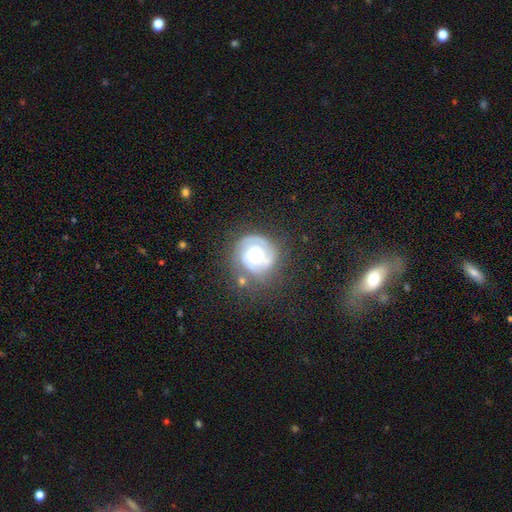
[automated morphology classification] A featured or disk galaxy (69%) with no bar (78%), 2 (39%) tight (64%) spiral arms (84%) and a moderate central bulge (49%).

Vote fractions:
- Smooth or featured? featured or disk: 69% / smooth: 24% / star or artifact: 7%
- Edge-on disk? no: 98% / yes: 2%
- Bar? no: 78% / weak: 18% / strong: 4%
- Spiral arms? yes: 84% / no: 16%
- Spiral winding? tight: 64% / medium: 27% / loose: 10%
- Spiral arm count? 2: 39% / 1: 26% / can't tell: 23% / 3: 7% / 4: 3% / more than 4: 2%
- Bulge size? moderate: 49% / large: 24% / small: 20% / dominant: 4% / none: 2%
- Merging? none: 61% / minor disturbance: 20% / major disturbance: 13% / merger: 5%